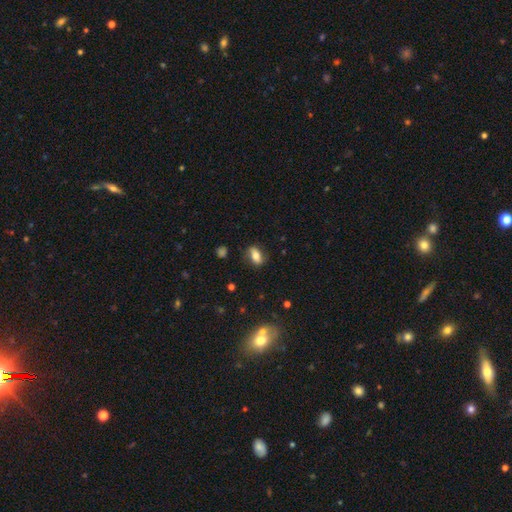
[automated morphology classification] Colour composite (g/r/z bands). It shows a smooth galaxy with no disk features (67%) that is in between round and cigar-shaped (79%). Merging: none (76%).